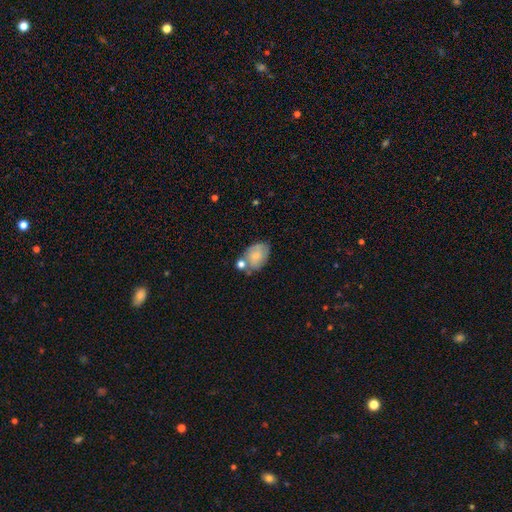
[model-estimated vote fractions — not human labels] smooth 67%, featured or disk 25%, star or artifact 7%. Down the decision tree: how rounded — in between (80%); merging — none (47%).